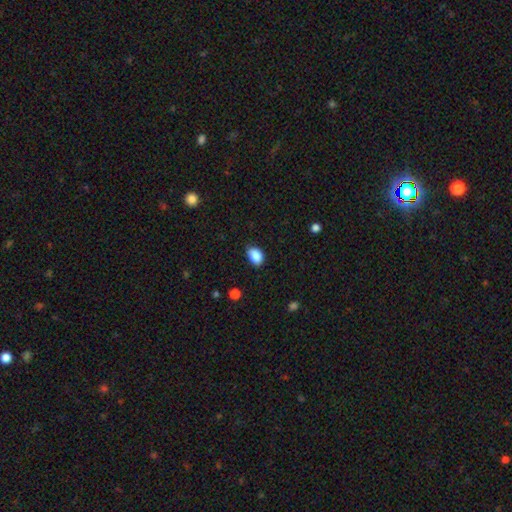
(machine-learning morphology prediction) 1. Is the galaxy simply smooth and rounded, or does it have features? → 88% smooth, 8% star or artifact, 4% featured or disk.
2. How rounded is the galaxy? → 84% in between, 15% round, 1% cigar-shaped.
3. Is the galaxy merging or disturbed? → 79% none, 17% minor disturbance, 3% major disturbance, 1% merger.